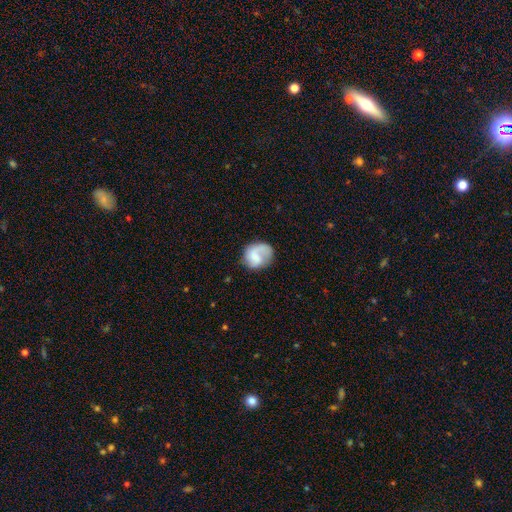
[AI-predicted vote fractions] Overall: smooth (52%; featured or disk 41%). How rounded: round (64%; in between 35%). Merging: none (53%; minor disturbance 24%).